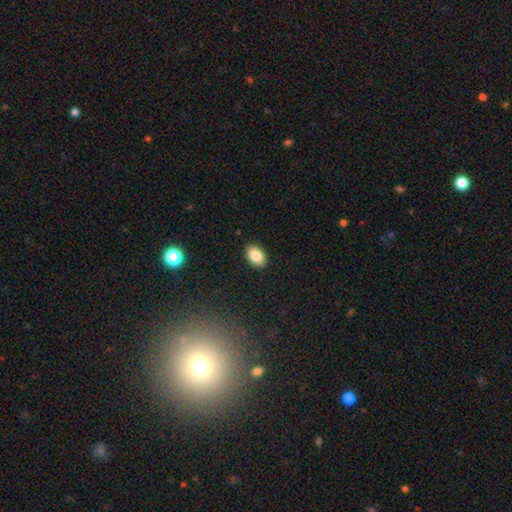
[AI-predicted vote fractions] The model was most divided on "how rounded": in between: 87%, round: 12%, cigar-shaped: 1%. More confident: merging — none (90%); smooth or featured — smooth (86%).